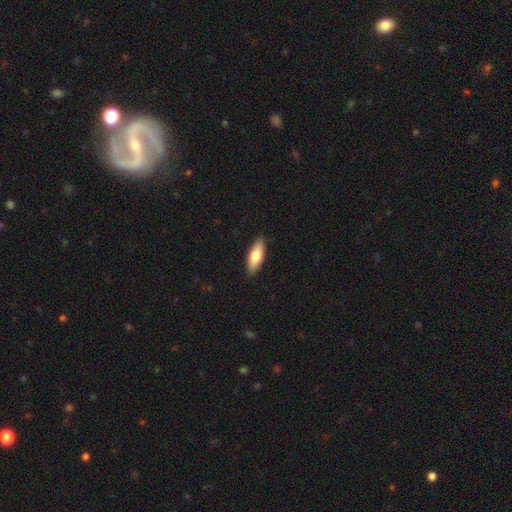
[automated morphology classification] Q: Smooth or featured?
A: smooth (73%); runner-up: featured or disk (21%)
Q: How rounded?
A: in between (64%); runner-up: cigar-shaped (34%)
Q: Merging?
A: none (88%); runner-up: minor disturbance (9%)